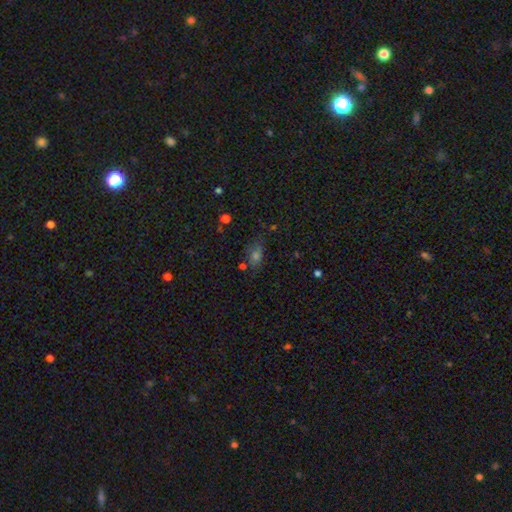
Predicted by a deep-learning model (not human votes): Overall: smooth (54%; star or artifact 31%). How rounded: in between (69%). Merging: none (67%).